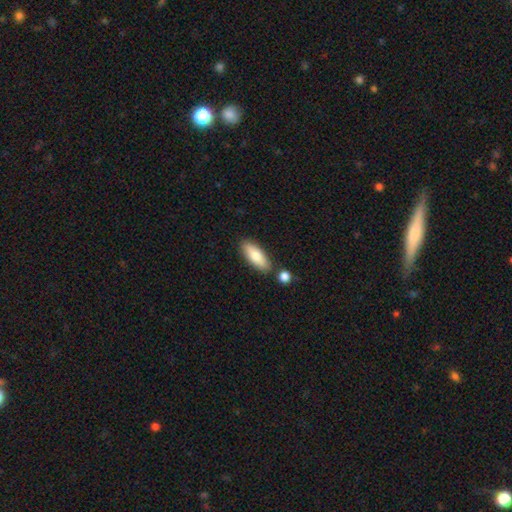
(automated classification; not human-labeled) Morphology: type=smooth (77%); roundness=in between (73%); merging=none (80%).